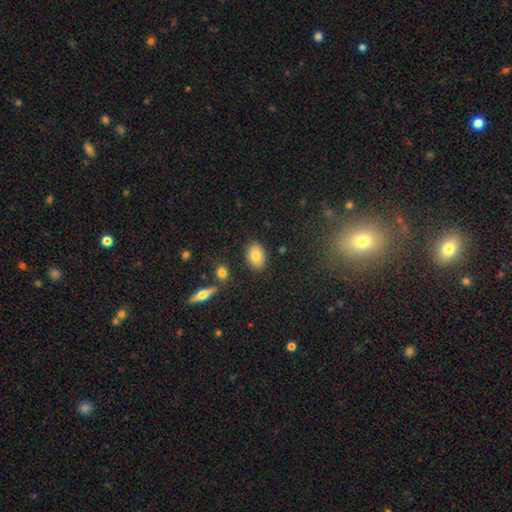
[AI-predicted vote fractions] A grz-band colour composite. It shows a smooth galaxy with no disk features (81%) that is in between round and cigar-shaped (87%). Merging: none (86%).